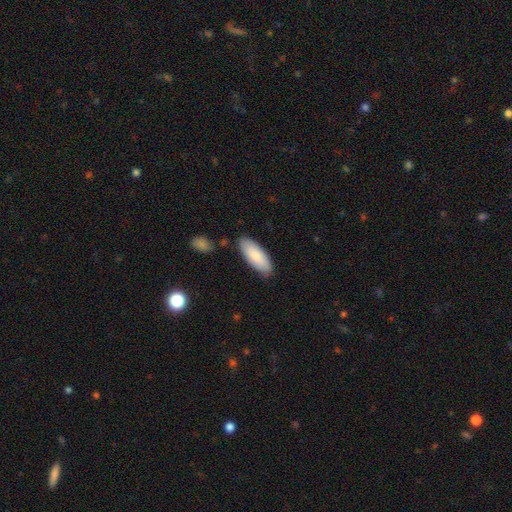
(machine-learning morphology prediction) Smooth or featured: smooth — 84% (featured or disk — 11%)
How rounded: in between — 76% (cigar-shaped — 22%)
Merging: none — 82% (minor disturbance — 13%)